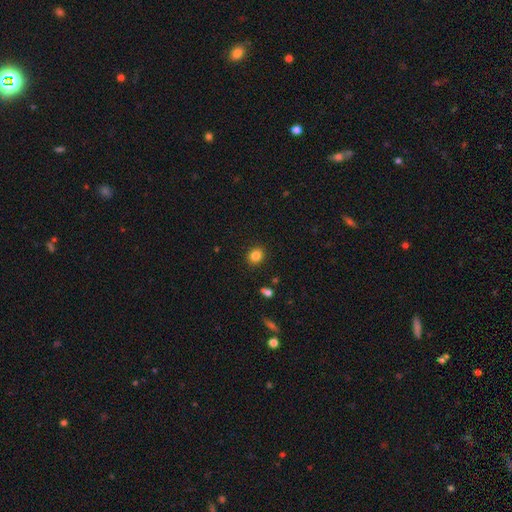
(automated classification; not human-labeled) smooth-or-featured: smooth: 84% | star or artifact: 11% | featured or disk: 5%
  how-rounded: round: 73% | in between: 26% | cigar-shaped: 1%
  merging: none: 90% | minor disturbance: 7% | major disturbance: 2% | merger: 1%